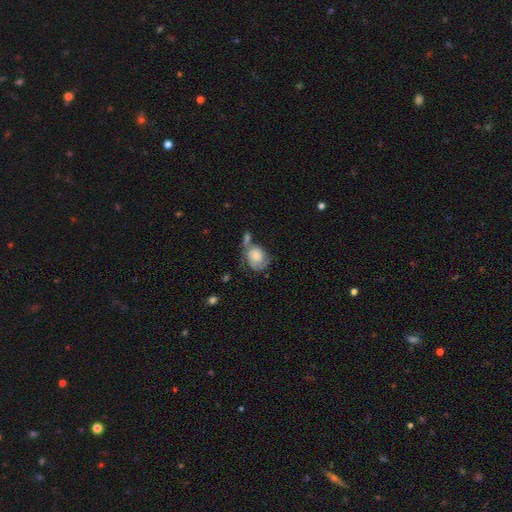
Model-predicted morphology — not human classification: smooth_or_featured: featured or disk (p=0.51) [alt: smooth p=0.41]
disk_edge_on: no (p=0.97) [alt: yes p=0.03]
merging: none (p=0.34) [alt: merger p=0.26]